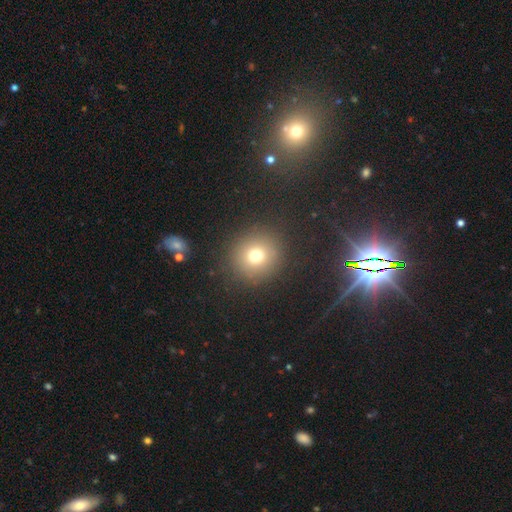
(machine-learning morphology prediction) Smooth or featured? Predicted: smooth (p=0.72). How rounded? Predicted: round (p=0.91). Merging? Predicted: none (p=0.88).